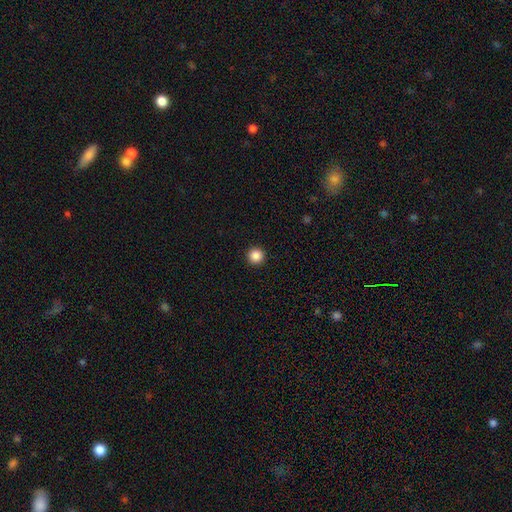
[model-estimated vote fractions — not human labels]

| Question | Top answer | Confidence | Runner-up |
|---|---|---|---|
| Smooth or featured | smooth | 87% | star or artifact (10%) |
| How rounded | round | 96% | in between (3%) |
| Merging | none | 94% | minor disturbance (4%) |